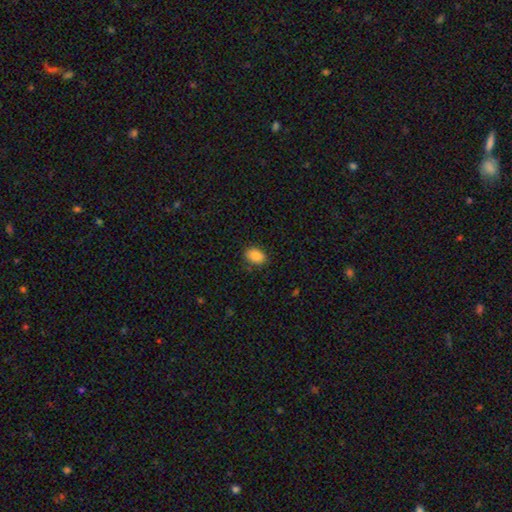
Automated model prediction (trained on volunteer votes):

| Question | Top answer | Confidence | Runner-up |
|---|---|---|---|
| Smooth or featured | smooth | 87% | star or artifact (8%) |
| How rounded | in between | 76% | round (23%) |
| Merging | none | 83% | minor disturbance (13%) |